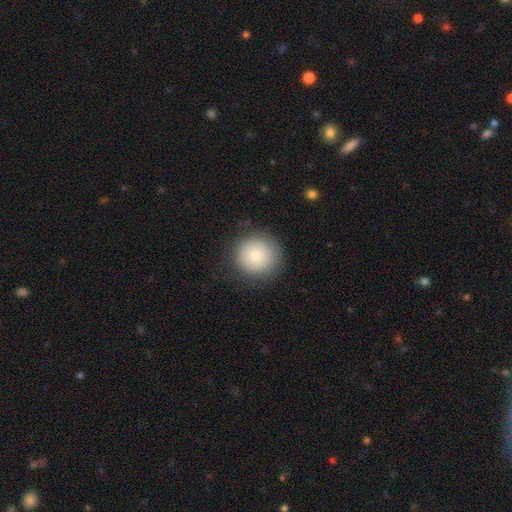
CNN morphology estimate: Smooth or featured? smooth (79%)
How rounded? round (93%)
Merging? none (84%)